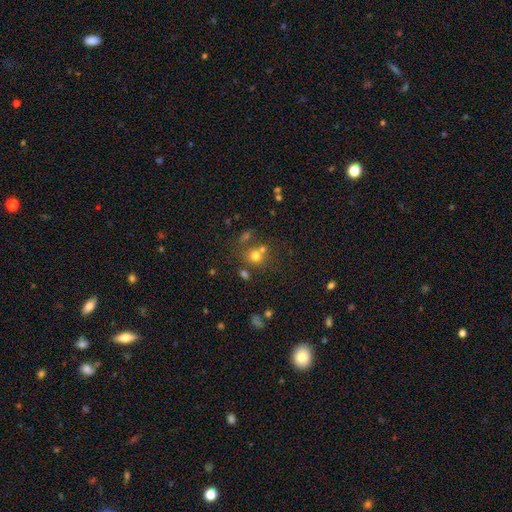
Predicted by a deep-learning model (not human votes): smooth 69%, star or artifact 18%, featured or disk 12%. Down the decision tree: how rounded — round (80%); merging — none (56%).